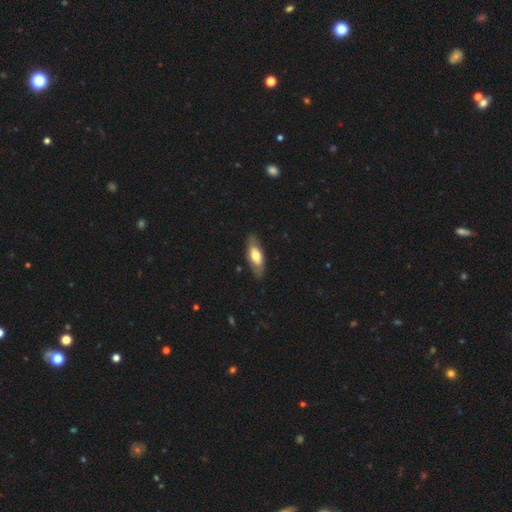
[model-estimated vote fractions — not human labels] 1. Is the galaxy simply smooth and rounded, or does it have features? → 58% smooth, 36% featured or disk, 5% star or artifact.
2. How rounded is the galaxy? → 76% in between, 22% cigar-shaped, 3% round.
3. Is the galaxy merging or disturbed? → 82% none, 14% minor disturbance, 3% major disturbance, 1% merger.